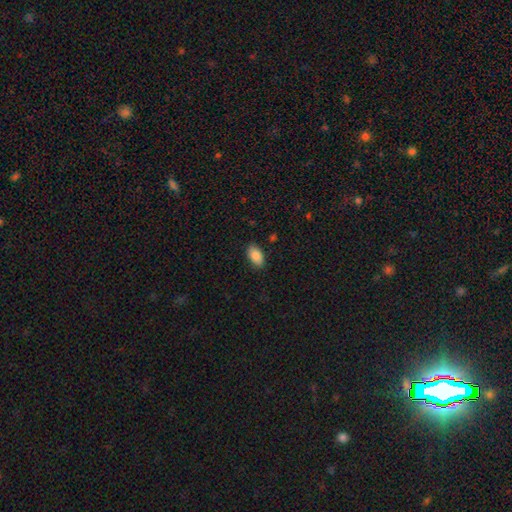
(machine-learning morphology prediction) type=smooth (88%); roundness=in between (93%); merging=none (86%).